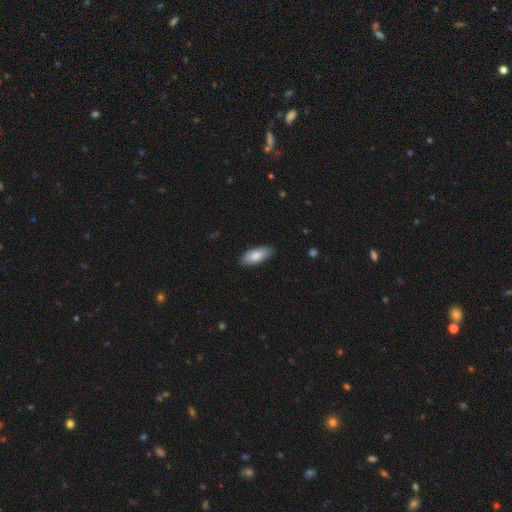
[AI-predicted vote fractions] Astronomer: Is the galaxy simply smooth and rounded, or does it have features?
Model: smooth — 80%.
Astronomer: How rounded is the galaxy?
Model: in between — 86%.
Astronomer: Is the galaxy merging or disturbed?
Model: none — 87%.